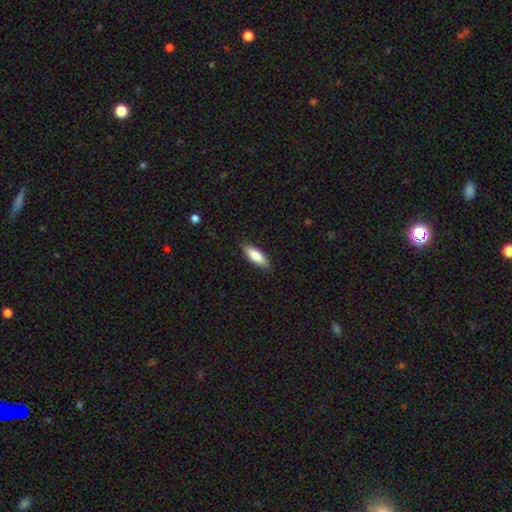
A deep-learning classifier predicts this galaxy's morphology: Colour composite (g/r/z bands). It shows a smooth galaxy with no disk features (82%) that is in between round and cigar-shaped (66%). Merging: none (85%).